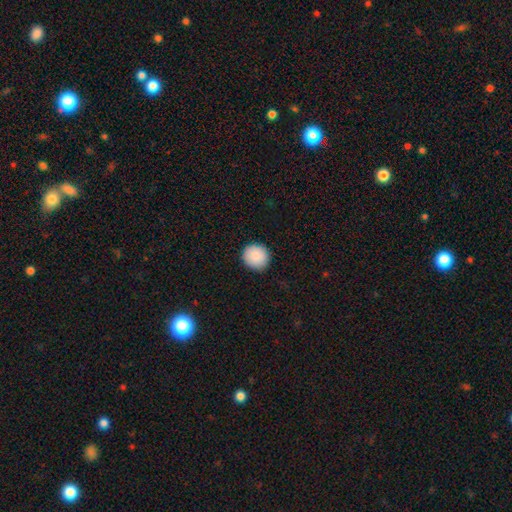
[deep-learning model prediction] This is clearly a smooth galaxy (89%). How rounded: clearly round (89%). Merging: clearly none (91%).